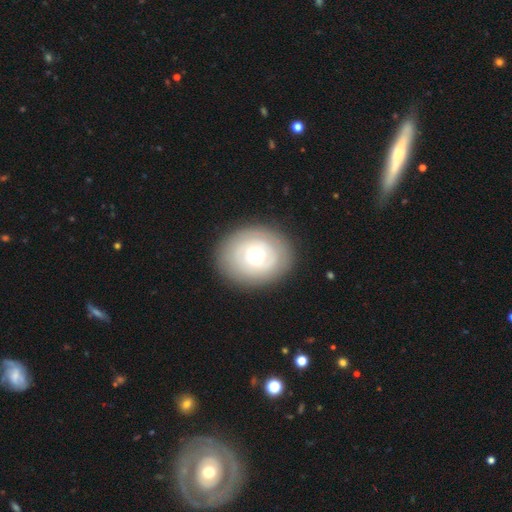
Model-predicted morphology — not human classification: featured or disk 50%, smooth 43%, star or artifact 6%. Down the decision tree: edge-on disk — no (96%); merging — none (85%).